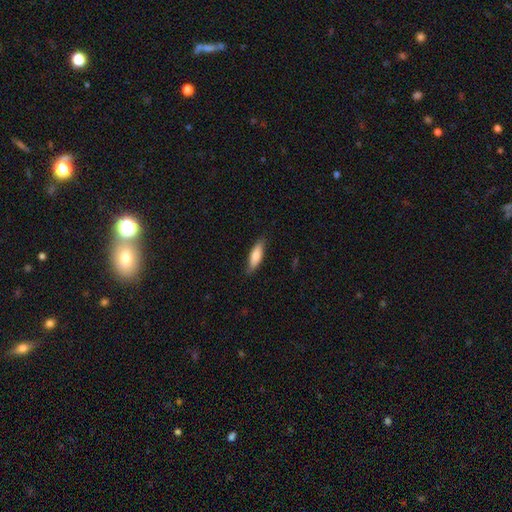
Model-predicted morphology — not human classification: The model was most divided on "how rounded" (2-way tie): cigar-shaped: 49%, in between: 49%, round: 2%. More confident: merging — none (80%); smooth or featured — smooth (77%).